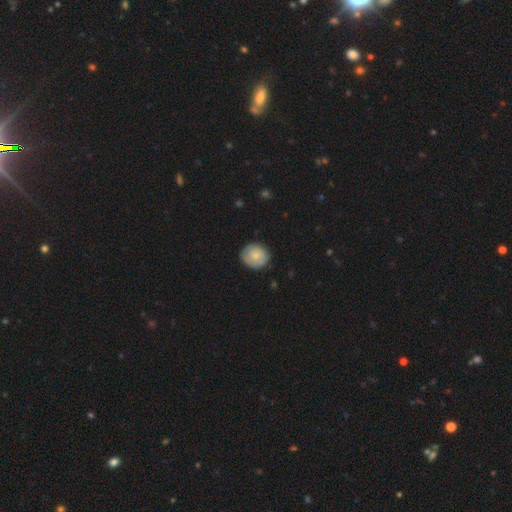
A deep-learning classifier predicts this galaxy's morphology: smooth 66%, featured or disk 28%, star or artifact 6%. Down the decision tree: how rounded — round (78%); merging — none (79%).